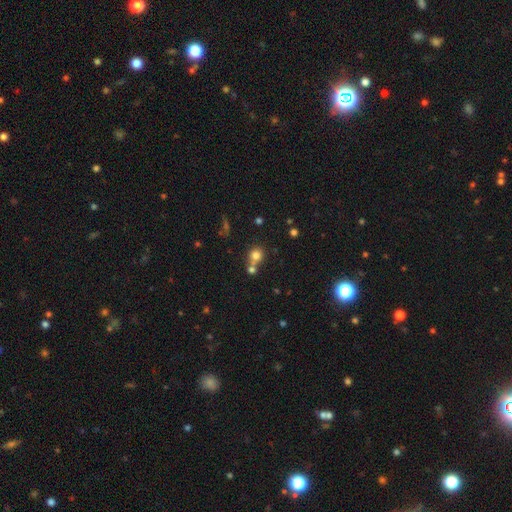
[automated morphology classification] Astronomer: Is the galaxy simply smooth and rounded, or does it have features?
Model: smooth — 76%.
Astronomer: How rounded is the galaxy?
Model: round — 84%.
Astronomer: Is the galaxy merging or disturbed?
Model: none — 51% (runner-up: merger, 37%).